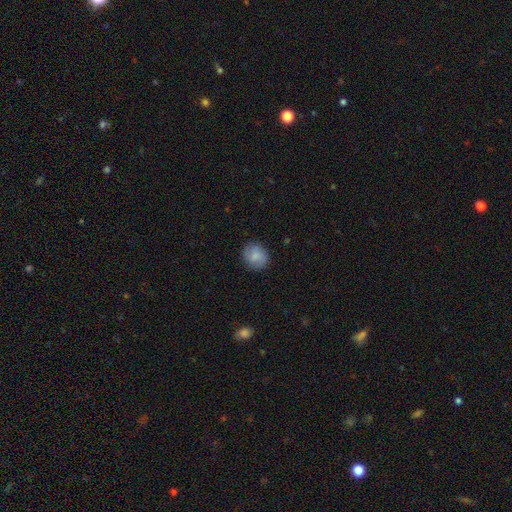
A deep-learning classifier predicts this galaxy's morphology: type=smooth (80%); roundness=round (72%); merging=none (84%).